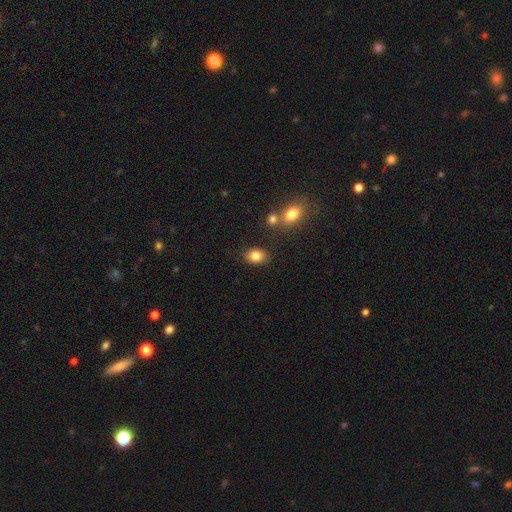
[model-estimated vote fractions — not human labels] smooth-or-featured: smooth: 84% | star or artifact: 9% | featured or disk: 7%
  how-rounded: in between: 73% | round: 25% | cigar-shaped: 1%
  merging: none: 82% | minor disturbance: 11% | merger: 5% | major disturbance: 3%